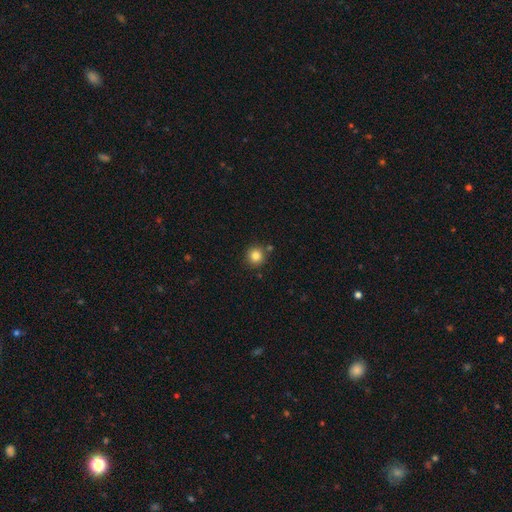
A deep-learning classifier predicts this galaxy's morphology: The model was most divided on "smooth or featured": smooth: 83%, star or artifact: 11%, featured or disk: 5%. More confident: how rounded — round (94%); merging — none (84%).